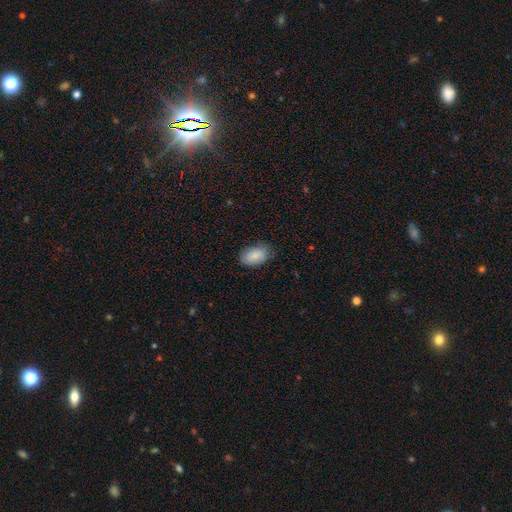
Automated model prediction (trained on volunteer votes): Morphology: type=smooth (87%); roundness=in between (91%); merging=none (72%).